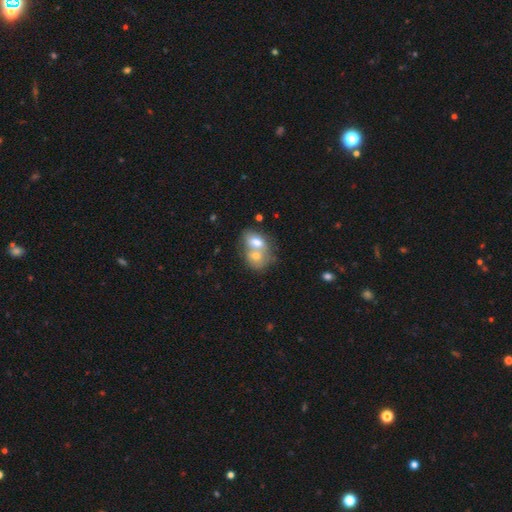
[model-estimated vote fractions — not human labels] This appears to be a smooth galaxy with no disk features (67%) that is in between round and cigar-shaped (63%). Merging: merger (77%).